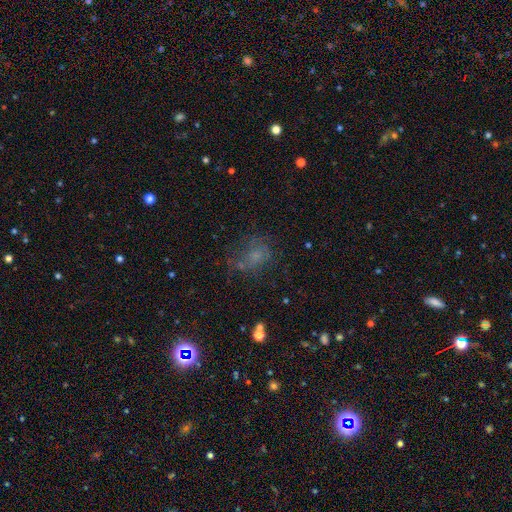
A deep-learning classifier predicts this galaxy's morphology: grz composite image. It shows a smooth galaxy with no disk features (46%). Merging: none (48%).